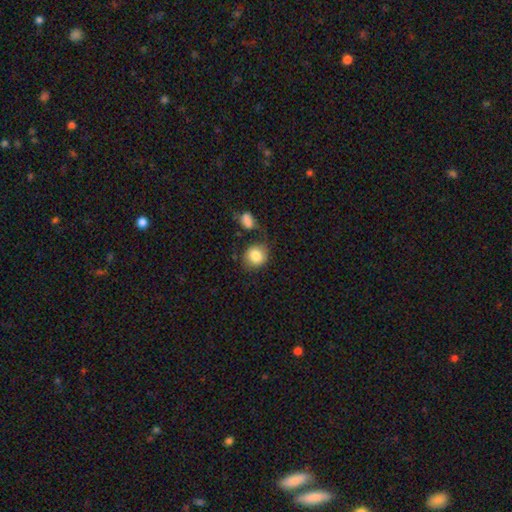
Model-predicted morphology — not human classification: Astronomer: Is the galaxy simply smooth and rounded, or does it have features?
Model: smooth — 83%.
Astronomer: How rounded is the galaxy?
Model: round — 74%.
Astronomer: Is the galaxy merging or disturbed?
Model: none — 64%.